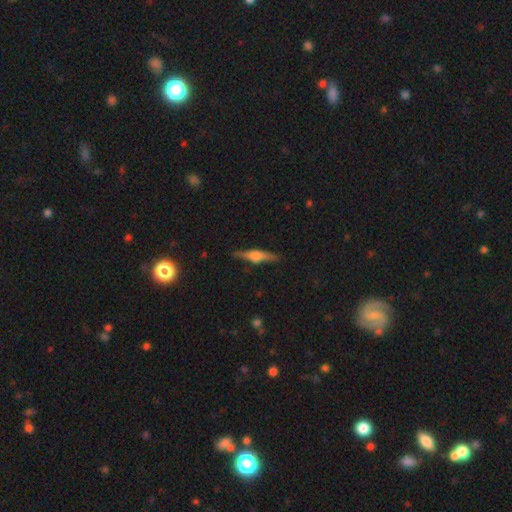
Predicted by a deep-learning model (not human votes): Morphology: type=featured or disk (68%); edge-on=yes (97%); edge-on bulge=rounded (86%); merging=none (87%).